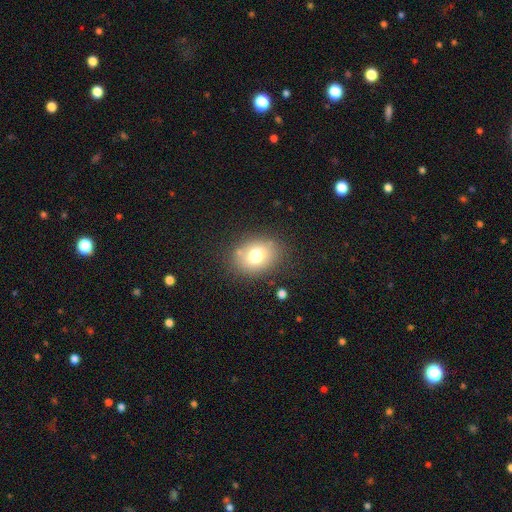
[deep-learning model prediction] This is likely a smooth galaxy (72%). How rounded: possibly in between (56%). Merging: likely none (79%).